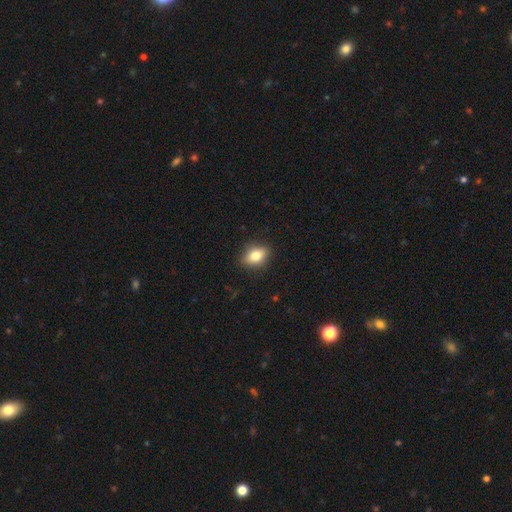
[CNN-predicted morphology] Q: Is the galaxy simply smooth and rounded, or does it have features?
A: smooth — 78%.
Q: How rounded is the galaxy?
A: in between — 76%.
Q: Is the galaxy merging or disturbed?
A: none — 87%.